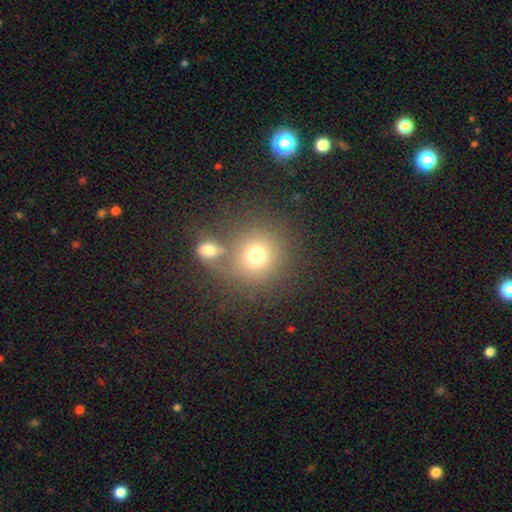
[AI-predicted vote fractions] This is likely a smooth galaxy (72%). How rounded: clearly round (85%). Merging: possibly none (50%).